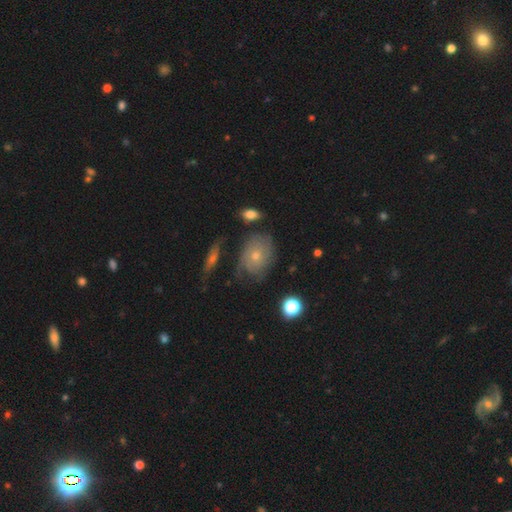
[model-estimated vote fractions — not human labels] A featured or disk galaxy (61%) with no bar (84%), spiral arms (81%) and a small central bulge (61%).

Vote fractions:
- Smooth or featured? featured or disk: 61% / smooth: 29% / star or artifact: 10%
- Edge-on disk? no: 95% / yes: 5%
- Bar? no: 84% / weak: 14% / strong: 2%
- Spiral arms? yes: 81% / no: 19%
- Bulge size? small: 61% / moderate: 34% / large: 2% / none: 2% / dominant: 1%
- Merging? none: 59% / minor disturbance: 24% / major disturbance: 13% / merger: 4%